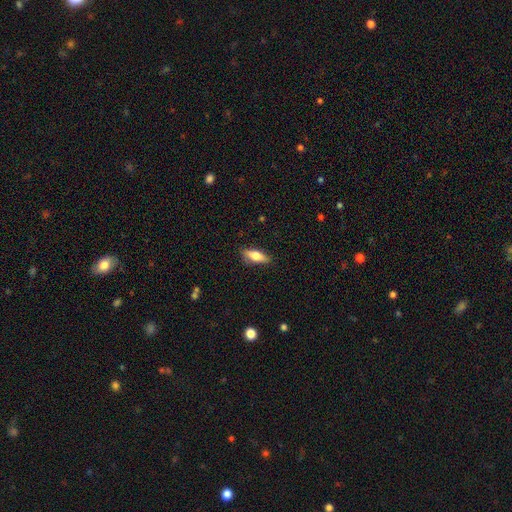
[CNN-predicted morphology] type=smooth (62%); roundness=in between (62%); merging=none (82%).